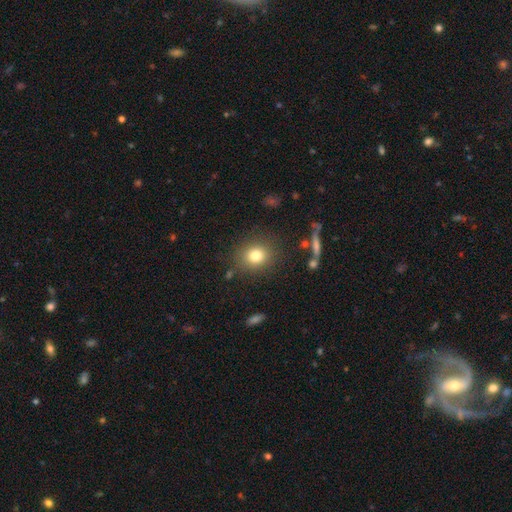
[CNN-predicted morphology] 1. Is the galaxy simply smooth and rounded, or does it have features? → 80% smooth, 12% star or artifact, 9% featured or disk.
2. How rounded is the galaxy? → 75% round, 24% in between, 1% cigar-shaped.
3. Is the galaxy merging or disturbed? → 84% none, 10% minor disturbance, 4% major disturbance, 2% merger.